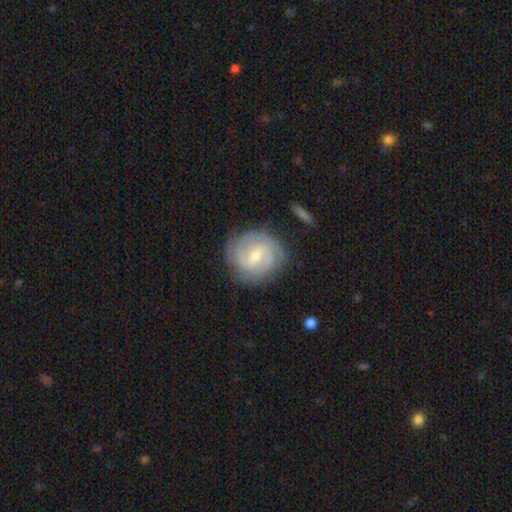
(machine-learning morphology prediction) smooth_or_featured: featured or disk (p=0.79) [alt: smooth p=0.15]
disk_edge_on: no (p=0.97) [alt: yes p=0.03]
bar: weak (p=0.59) [alt: no p=0.25]
has_spiral_arms: yes (p=0.95) [alt: no p=0.05]
spiral_winding: tight (p=0.55) [alt: medium p=0.35]
spiral_arm_count: 2 (p=0.49) [alt: can't tell p=0.22]
bulge_size: small (p=0.53) [alt: moderate p=0.43]
merging: none (p=0.80) [alt: minor disturbance p=0.14]